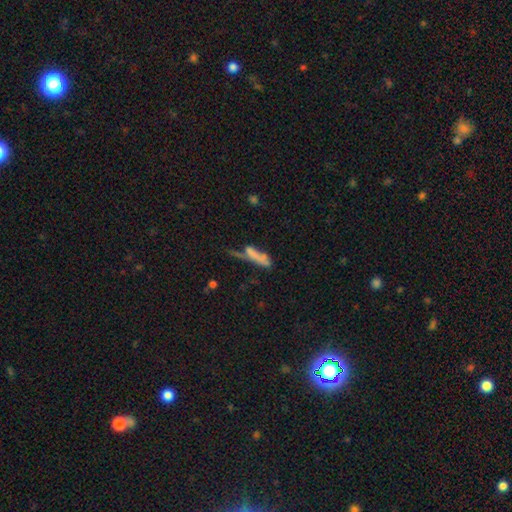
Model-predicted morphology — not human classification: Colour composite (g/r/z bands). It shows a smooth galaxy with no disk features (61%) that is cigar-shaped (70%). Merging: none (29%).